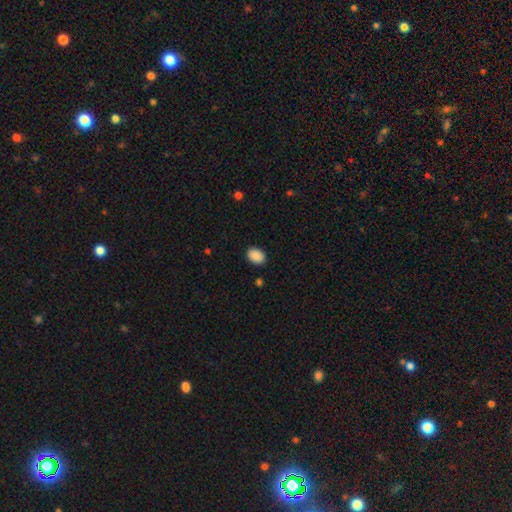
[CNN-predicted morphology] Smooth or featured?
  - smooth: 90% *
  - star or artifact: 7%
  - featured or disk: 3%
How rounded?
  - in between: 77% *
  - round: 22%
  - cigar-shaped: 1%
Merging?
  - none: 88% *
  - minor disturbance: 9%
  - major disturbance: 2%
  - merger: 1%